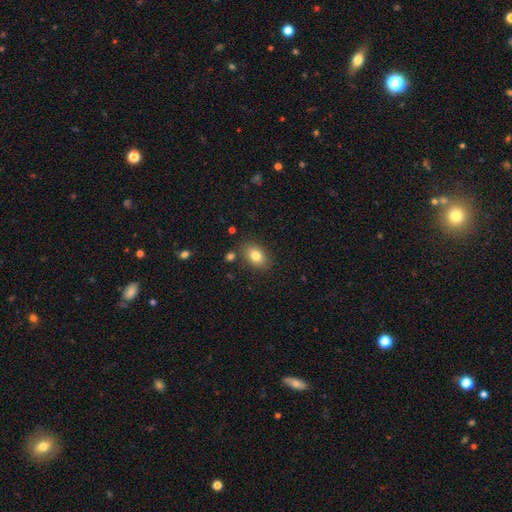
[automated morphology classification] A smooth galaxy with no disk features (81%) that is in between round and cigar-shaped (80%).

Vote fractions:
- Smooth or featured? smooth: 81% / featured or disk: 10% / star or artifact: 9%
- How rounded? in between: 80% / round: 19% / cigar-shaped: 1%
- Merging? none: 82% / minor disturbance: 11% / merger: 4% / major disturbance: 3%